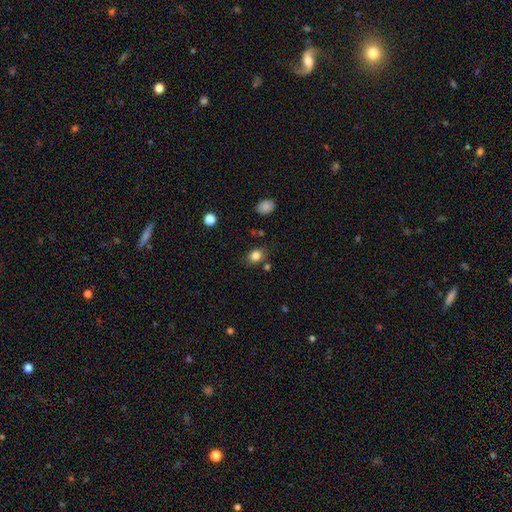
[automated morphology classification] Smooth or featured? Predicted: smooth (p=0.83). How rounded? Predicted: in between (p=0.58). Merging? Predicted: none (p=0.78).